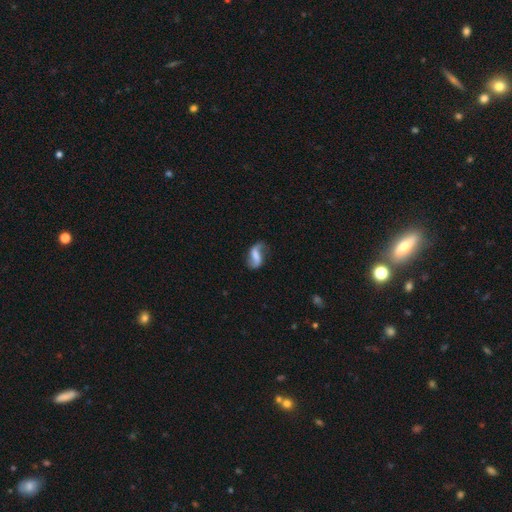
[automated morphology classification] The model was most divided on "bar": weak: 40%, strong: 35%, no: 25%. Remaining: edge-on disk — no (96%); spiral arms — yes (91%); spiral arm count — 2 (85%); spiral winding — loose (78%); smooth or featured — featured or disk (68%); merging — none (63%); bulge size — none (44%).